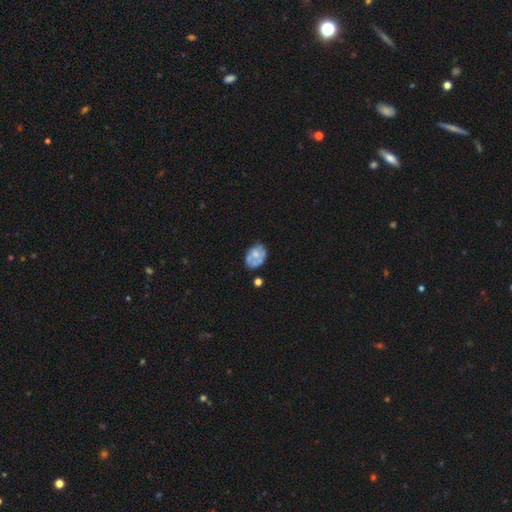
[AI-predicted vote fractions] featured or disk 48%, smooth 44%, star or artifact 8%. Down the decision tree: merging — none (47%).